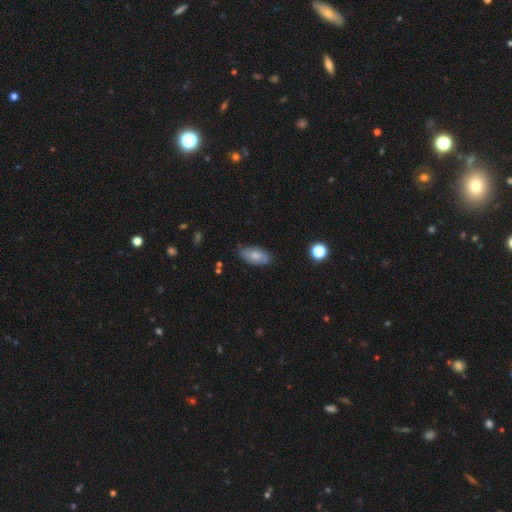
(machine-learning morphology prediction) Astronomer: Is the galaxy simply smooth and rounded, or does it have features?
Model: smooth — 69%.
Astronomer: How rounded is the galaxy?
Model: in between — 91%.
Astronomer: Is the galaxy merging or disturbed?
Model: none — 74%.